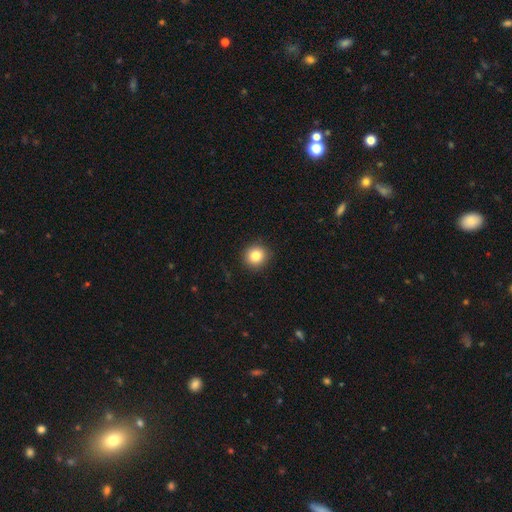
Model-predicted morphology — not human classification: smooth 83%, star or artifact 10%, featured or disk 7%. Down the decision tree: how rounded — round (91%); merging — none (91%).